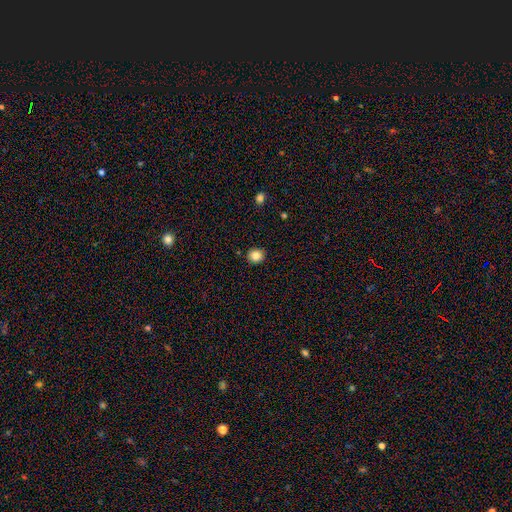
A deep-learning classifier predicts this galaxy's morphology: Smooth or featured? smooth (85%)
How rounded? round (87%)
Merging? none (91%)